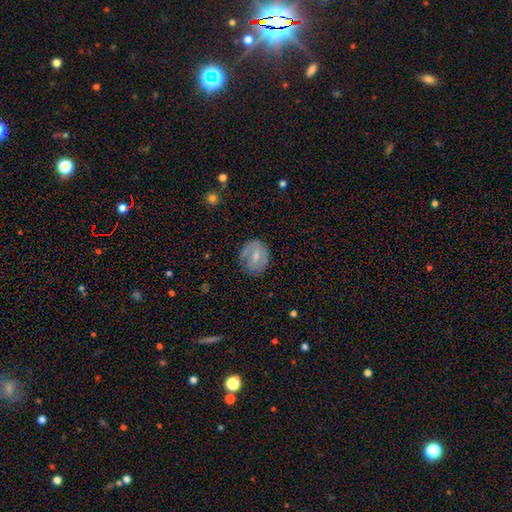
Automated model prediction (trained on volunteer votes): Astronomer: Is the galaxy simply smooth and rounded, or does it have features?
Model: featured or disk — 51% (runner-up: smooth, 41%).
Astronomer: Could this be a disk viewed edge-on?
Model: no — 96%.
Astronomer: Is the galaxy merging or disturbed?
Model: none — 69%.